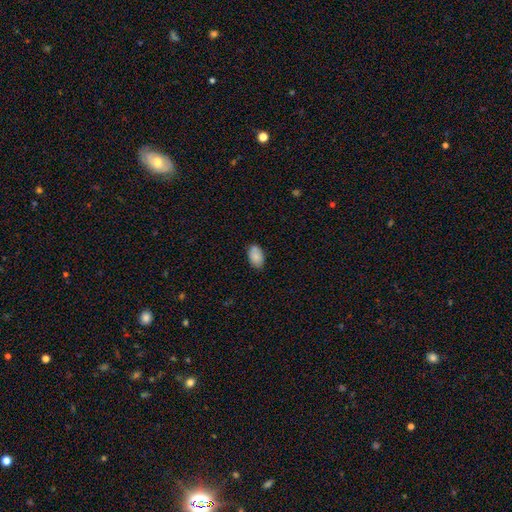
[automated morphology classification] Q: Smooth or featured?
A: smooth (85%); runner-up: featured or disk (8%)
Q: How rounded?
A: in between (93%); runner-up: round (5%)
Q: Merging?
A: none (81%); runner-up: minor disturbance (15%)